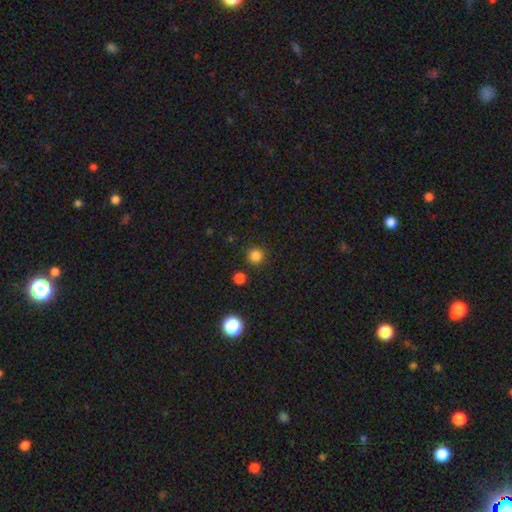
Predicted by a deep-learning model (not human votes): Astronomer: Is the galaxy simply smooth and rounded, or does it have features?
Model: smooth — 82%.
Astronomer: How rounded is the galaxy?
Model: round — 93%.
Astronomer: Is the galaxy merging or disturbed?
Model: none — 87%.